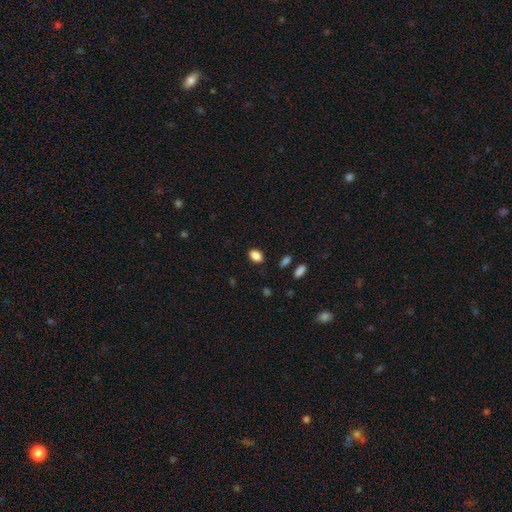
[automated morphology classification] Q: Smooth or featured?
A: smooth (87%); runner-up: star or artifact (9%)
Q: How rounded?
A: in between (85%); runner-up: round (13%)
Q: Merging?
A: none (85%); runner-up: minor disturbance (11%)